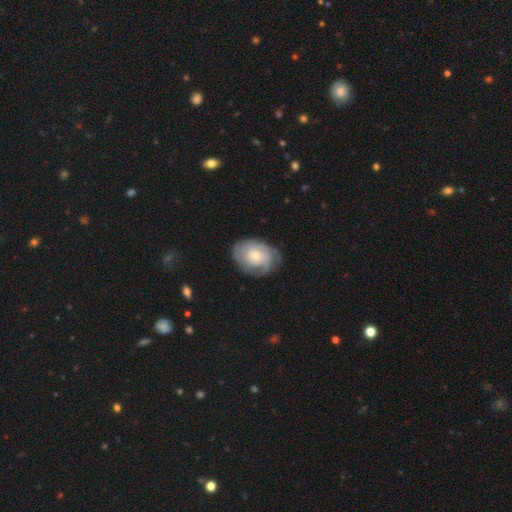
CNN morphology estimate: Smooth or featured?
  - featured or disk: 70% *
  - smooth: 24%
  - star or artifact: 5%
Edge-on disk?
  - no: 97% *
  - yes: 3%
Bar?
  - no: 80% *
  - weak: 17%
  - strong: 3%
Spiral arms?
  - yes: 87% *
  - no: 13%
Spiral winding?
  - tight: 67% *
  - medium: 25%
  - loose: 8%
Spiral arm count?
  - can't tell: 44% *
  - 2: 21%
  - 3: 17%
  - 4: 7%
  - 1: 6%
  - more than 4: 4%
Bulge size?
  - small: 51% *
  - moderate: 42%
  - large: 4%
  - none: 2%
  - dominant: 1%
Merging?
  - none: 68% *
  - minor disturbance: 22%
  - major disturbance: 9%
  - merger: 1%